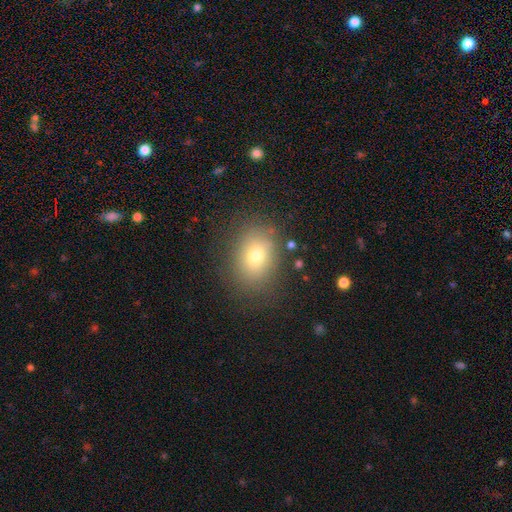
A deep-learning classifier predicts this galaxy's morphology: The model was most divided on "how rounded": in between: 58%, round: 41%, cigar-shaped: 1%. More confident: merging — none (83%); smooth or featured — smooth (73%).